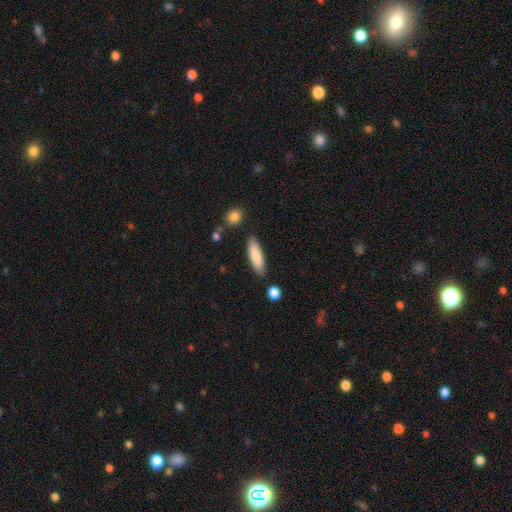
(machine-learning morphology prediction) This appears to be a smooth galaxy with no disk features (84%) that is cigar-shaped (63%). Merging: none (84%).